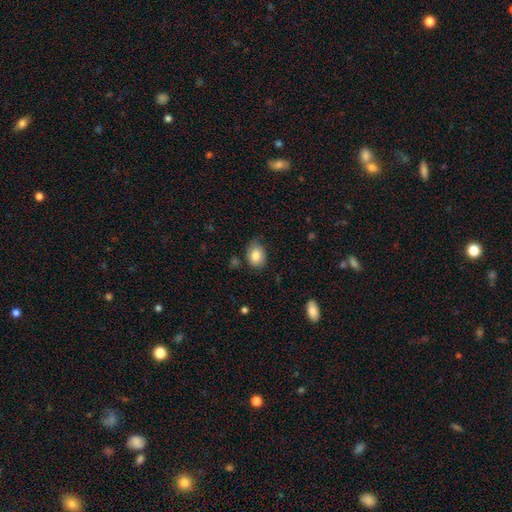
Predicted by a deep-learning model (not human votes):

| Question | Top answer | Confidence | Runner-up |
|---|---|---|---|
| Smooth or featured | smooth | 81% | featured or disk (11%) |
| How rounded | in between | 67% | round (32%) |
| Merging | none | 75% | minor disturbance (19%) |